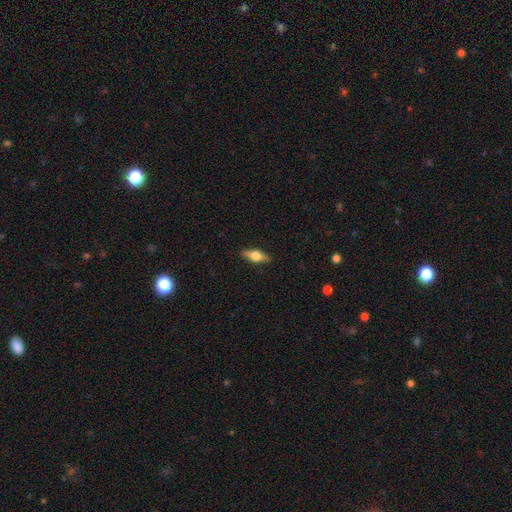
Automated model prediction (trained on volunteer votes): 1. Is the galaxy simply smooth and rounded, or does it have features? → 47% featured or disk, 46% smooth, 7% star or artifact.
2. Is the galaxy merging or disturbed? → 88% none, 9% minor disturbance, 2% major disturbance, 1% merger.